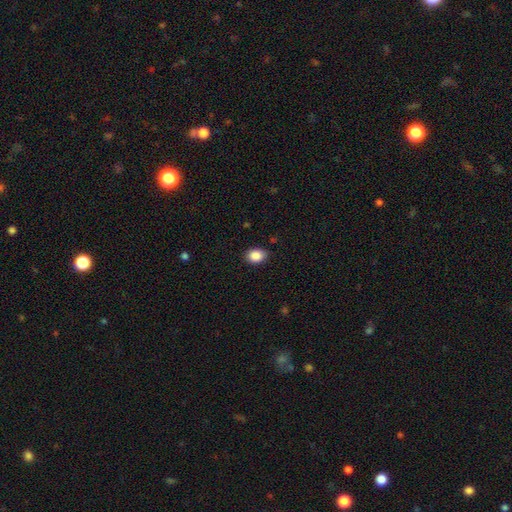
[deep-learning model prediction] Smooth or featured?
  - smooth: 87% *
  - star or artifact: 8%
  - featured or disk: 4%
How rounded?
  - in between: 69% *
  - round: 30%
  - cigar-shaped: 1%
Merging?
  - none: 84% *
  - minor disturbance: 12%
  - major disturbance: 2%
  - merger: 1%